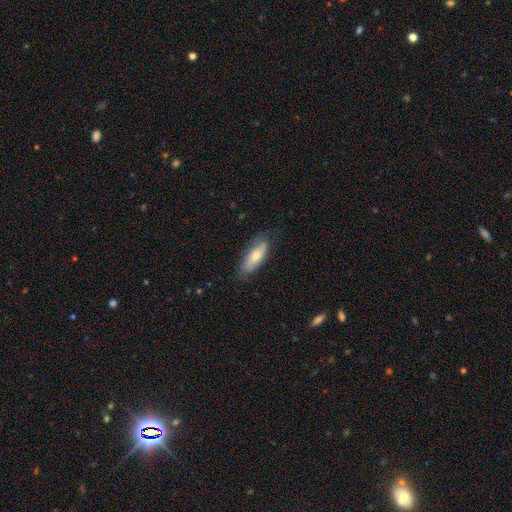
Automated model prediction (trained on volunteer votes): Smooth or featured? smooth (68%)
How rounded? in between (63%)
Merging? none (71%)